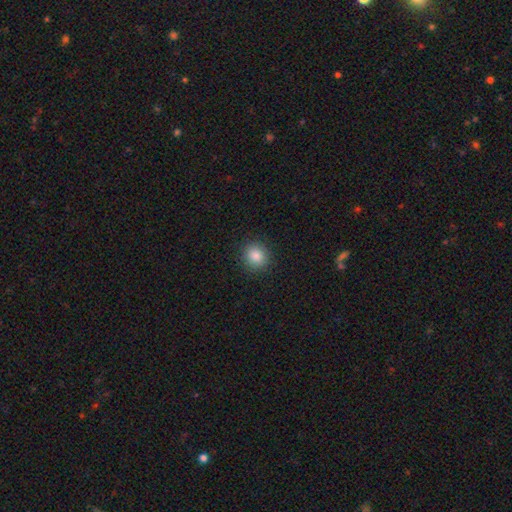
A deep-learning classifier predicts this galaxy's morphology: Overall: smooth (85%). How rounded: round (83%). Merging: none (91%).